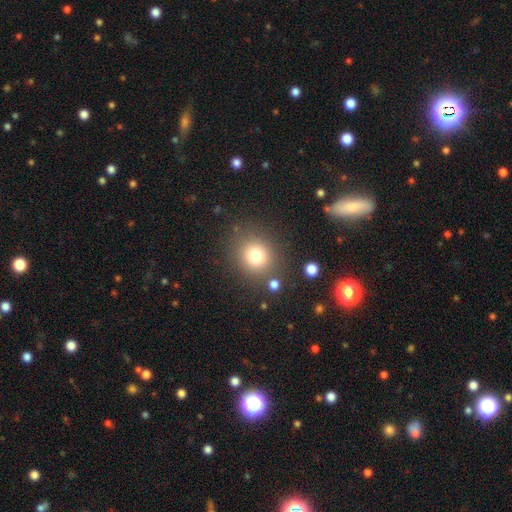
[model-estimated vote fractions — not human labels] Smooth or featured: smooth — 76% (star or artifact — 15%)
How rounded: round — 87% (in between — 12%)
Merging: none — 83% (minor disturbance — 9%)